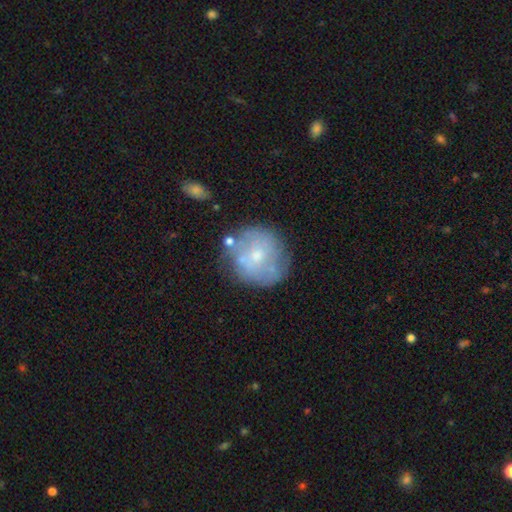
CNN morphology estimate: Smooth or featured: featured or disk — 47% (smooth — 44%)
Merging: none — 66% (minor disturbance — 19%)